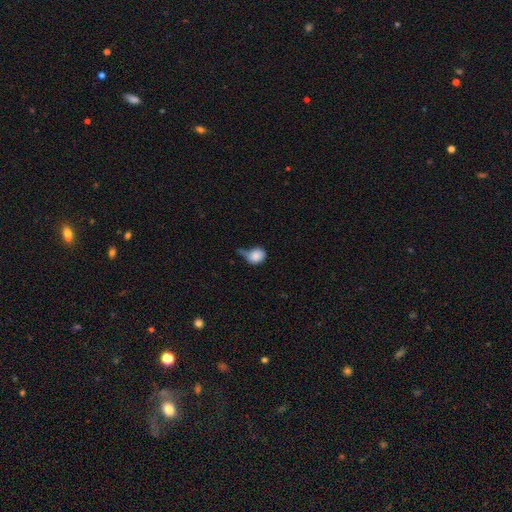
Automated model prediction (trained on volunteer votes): Smooth or featured?
  - smooth: 84% *
  - featured or disk: 9%
  - star or artifact: 8%
How rounded?
  - round: 59% *
  - in between: 40%
  - cigar-shaped: 1%
Merging?
  - minor disturbance: 34% *
  - none: 29%
  - major disturbance: 23%
  - merger: 14%